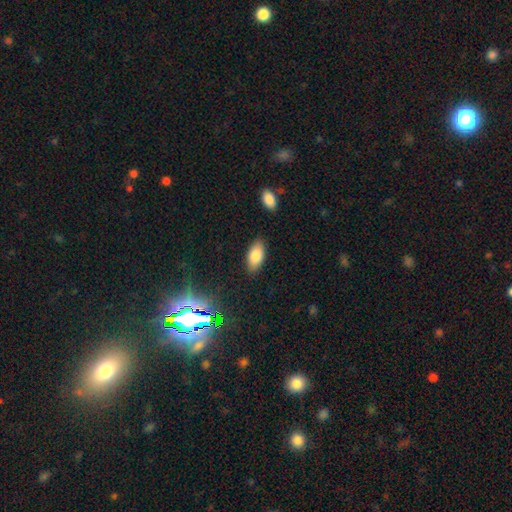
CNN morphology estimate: Overall: smooth (82%). How rounded: in between (92%). Merging: none (85%).